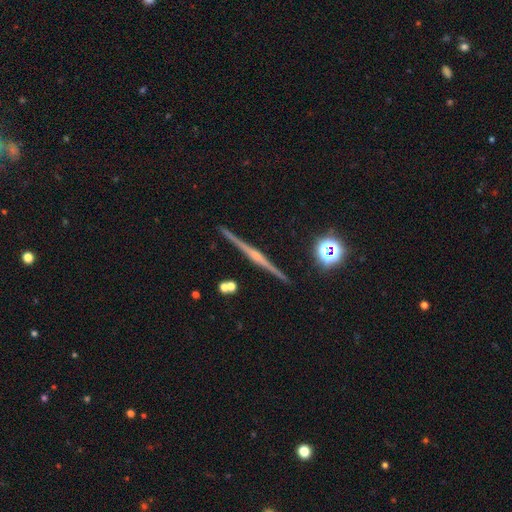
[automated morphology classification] This appears to be a featured or disk galaxy (81%) viewed edge-on (98%) with a rounded central bulge (64%). Merging: none (92%).